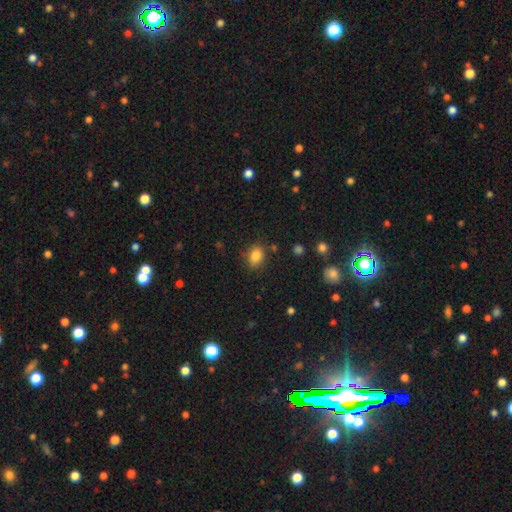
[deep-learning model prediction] A smooth galaxy with no disk features (84%) that is in between round and cigar-shaped (68%).

Vote fractions:
- Smooth or featured? smooth: 84% / star or artifact: 10% / featured or disk: 6%
- How rounded? in between: 68% / round: 30% / cigar-shaped: 1%
- Merging? none: 80% / minor disturbance: 13% / major disturbance: 4% / merger: 3%